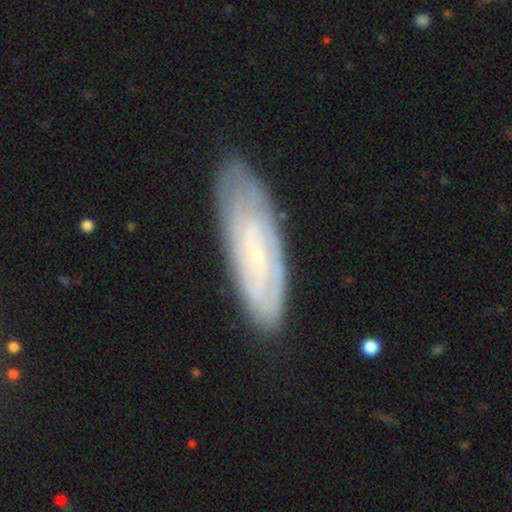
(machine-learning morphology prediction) Smooth or featured? Predicted: featured or disk (p=0.67). Edge-on disk? Predicted: no (p=0.82). Bar? Predicted: no (p=0.63). Spiral arms? Predicted: yes (p=0.83). Bulge size? Predicted: small (p=0.83). Merging? Predicted: none (p=0.81).